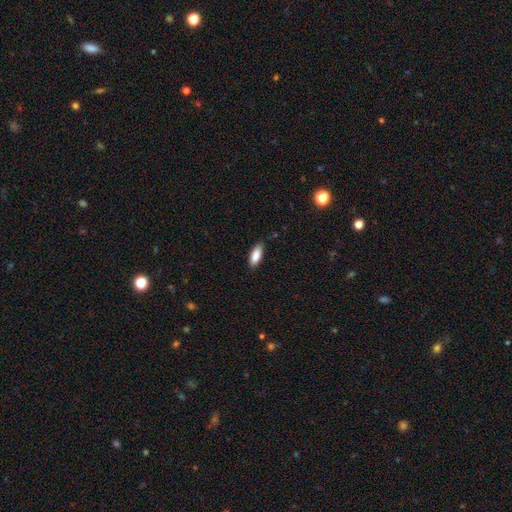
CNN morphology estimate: Overall: smooth (87%). How rounded: in between (73%). Merging: none (85%).